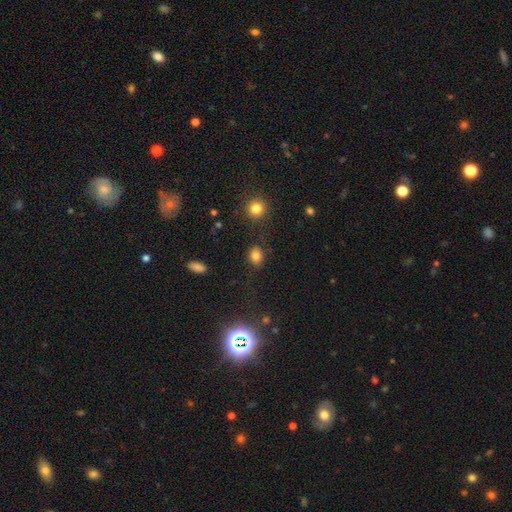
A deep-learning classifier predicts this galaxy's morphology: smooth 81%, star or artifact 13%, featured or disk 6%. Down the decision tree: how rounded — in between (52%); merging — none (81%).